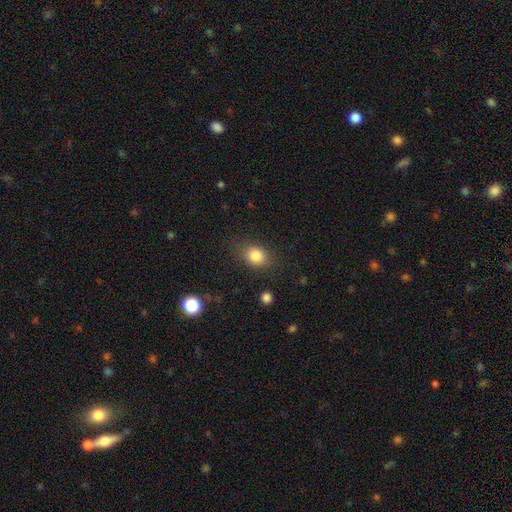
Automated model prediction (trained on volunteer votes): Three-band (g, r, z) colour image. It shows a smooth galaxy with no disk features (83%) that is in between round and cigar-shaped (60%). Merging: none (79%).